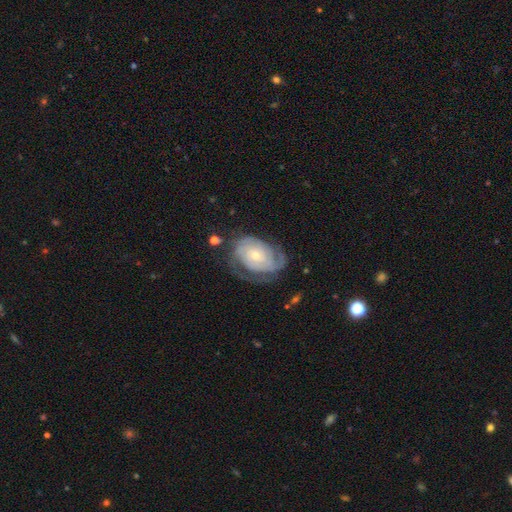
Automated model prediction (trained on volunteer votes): Smooth or featured: featured or disk — 83% (smooth — 12%)
Edge-on disk: no — 97% (yes — 3%)
Bar: no — 72% (weak — 23%)
Spiral arms: yes — 94% (no — 6%)
Spiral winding: tight — 68% (medium — 24%)
Spiral arm count: 2 — 36% (can't tell — 33%)
Bulge size: small — 56% (moderate — 38%)
Merging: none — 62% (minor disturbance — 22%)